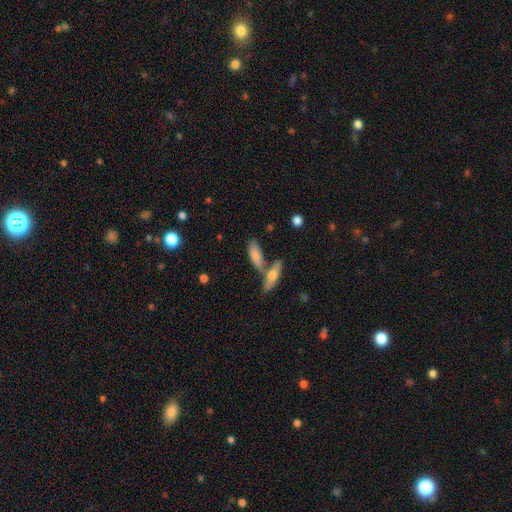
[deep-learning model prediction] A smooth galaxy with no disk features (76%) that is in between round and cigar-shaped (63%). Merging: none (43%).